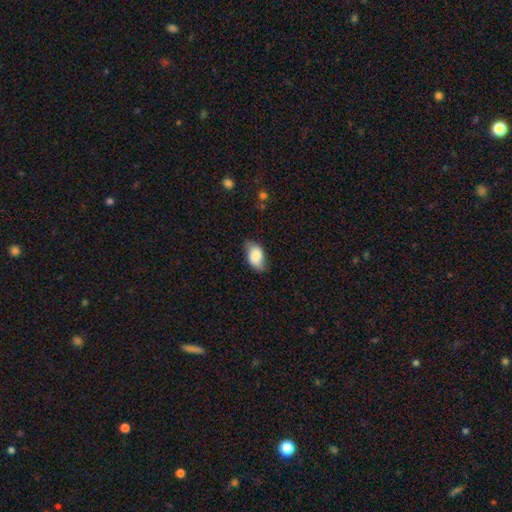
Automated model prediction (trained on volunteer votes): A smooth galaxy with no disk features (76%) that is in between round and cigar-shaped (91%).

Vote fractions:
- Smooth or featured? smooth: 76% / featured or disk: 16% / star or artifact: 7%
- How rounded? in between: 91% / round: 7% / cigar-shaped: 2%
- Merging? none: 65% / minor disturbance: 27% / major disturbance: 6% / merger: 1%